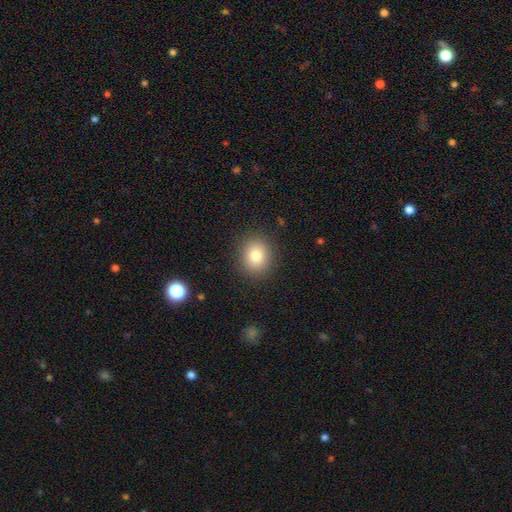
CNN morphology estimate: This appears to be a smooth galaxy with no disk features (82%) that is round (72%). Merging: none (89%).